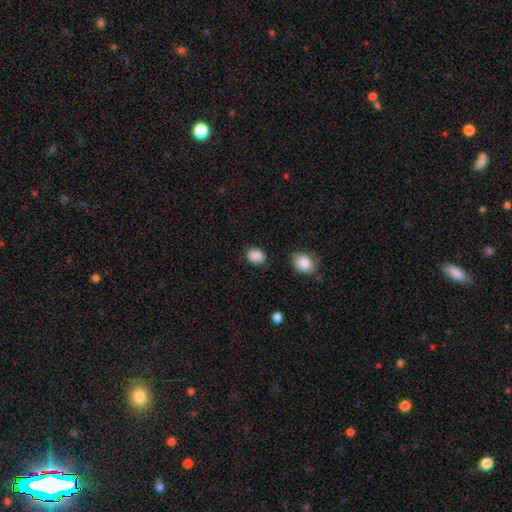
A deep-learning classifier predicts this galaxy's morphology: A smooth galaxy with no disk features (88%) that is in between round and cigar-shaped (75%).

Vote fractions:
- Smooth or featured? smooth: 88% / star or artifact: 8% / featured or disk: 4%
- How rounded? in between: 75% / round: 24% / cigar-shaped: 1%
- Merging? none: 79% / minor disturbance: 15% / major disturbance: 3% / merger: 3%